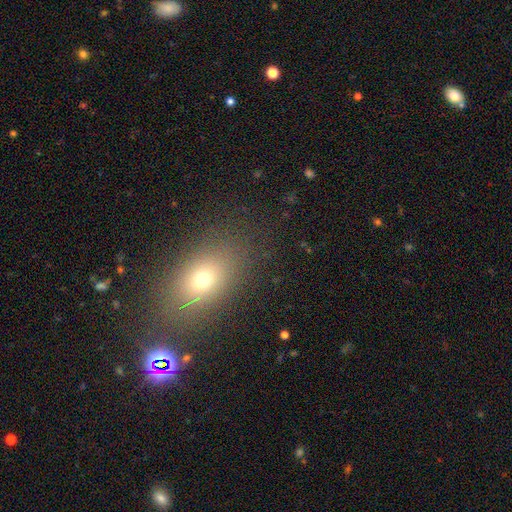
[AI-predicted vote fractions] Morphology: type=smooth (61%); roundness=in between (71%); merging=none (82%).